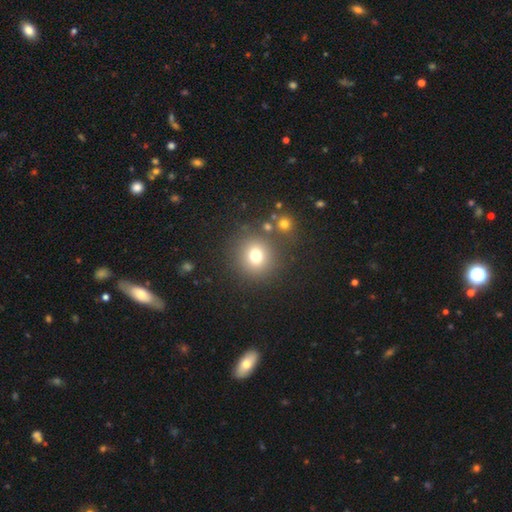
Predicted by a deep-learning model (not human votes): Smooth or featured: smooth — 74% (star or artifact — 16%)
How rounded: round — 90% (in between — 9%)
Merging: none — 81% (minor disturbance — 8%)